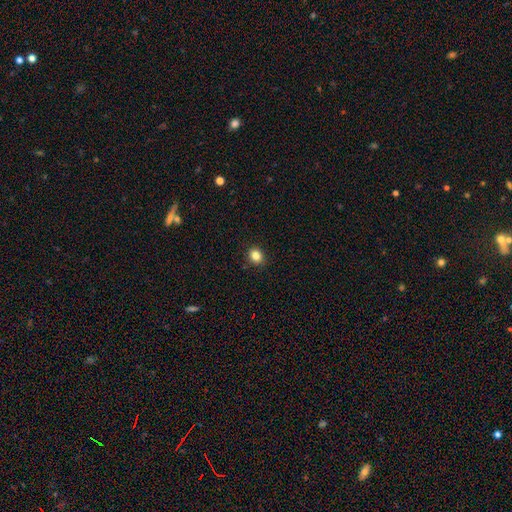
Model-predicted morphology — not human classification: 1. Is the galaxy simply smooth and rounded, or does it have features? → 84% smooth, 11% star or artifact, 5% featured or disk.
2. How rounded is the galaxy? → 67% round, 32% in between, 1% cigar-shaped.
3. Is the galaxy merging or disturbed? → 90% none, 7% minor disturbance, 2% major disturbance, 1% merger.